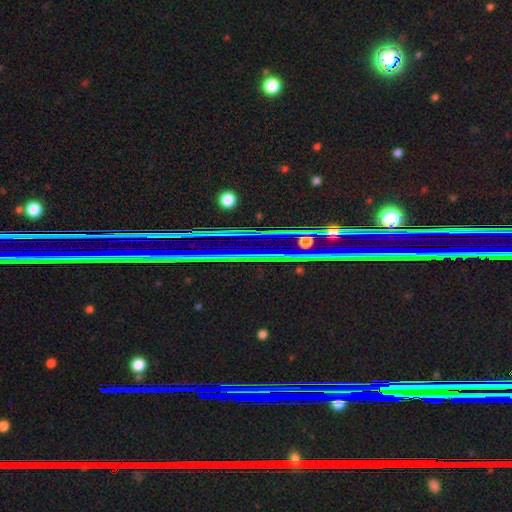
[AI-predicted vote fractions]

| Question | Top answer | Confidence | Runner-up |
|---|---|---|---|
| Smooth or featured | star or artifact | 84% | featured or disk (8%) |